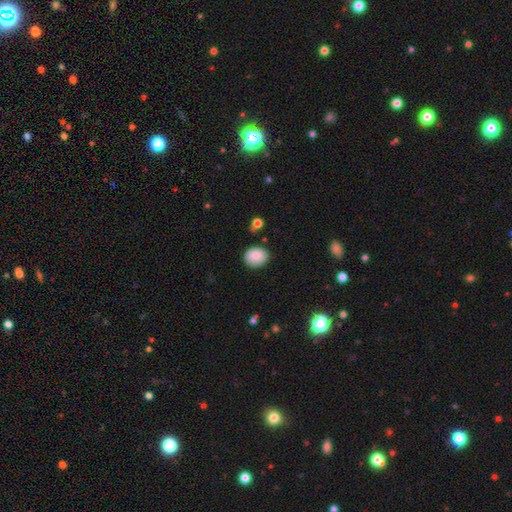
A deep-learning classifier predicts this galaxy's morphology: Overall: smooth (87%). How rounded: round (52%; in between 47%). Merging: none (81%).